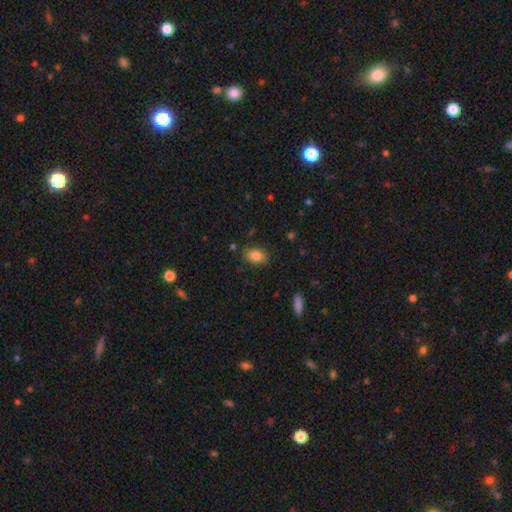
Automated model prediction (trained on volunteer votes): Q: Smooth or featured?
A: smooth (84%); runner-up: star or artifact (9%)
Q: How rounded?
A: in between (84%); runner-up: round (14%)
Q: Merging?
A: none (82%); runner-up: minor disturbance (13%)